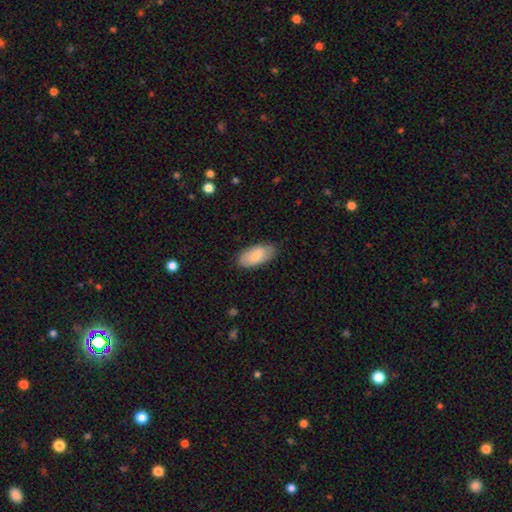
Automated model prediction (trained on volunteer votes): A smooth galaxy with no disk features (79%) that is in between round and cigar-shaped (93%). Merging: none (80%).